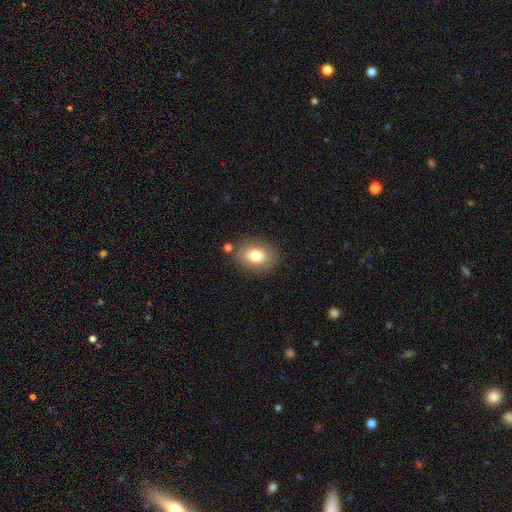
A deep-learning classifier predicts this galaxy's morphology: Smooth or featured: smooth — 77% (featured or disk — 15%)
How rounded: in between — 73% (round — 26%)
Merging: none — 80% (minor disturbance — 12%)